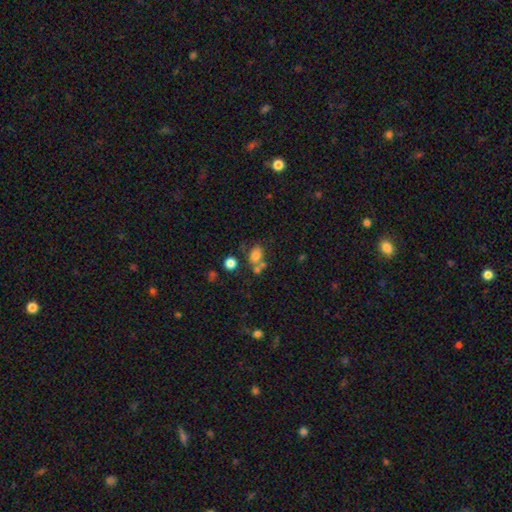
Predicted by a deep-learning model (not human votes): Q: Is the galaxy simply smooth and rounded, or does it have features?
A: smooth — 73%.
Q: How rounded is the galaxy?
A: in between — 68%.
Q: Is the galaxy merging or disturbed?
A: none — 46%.